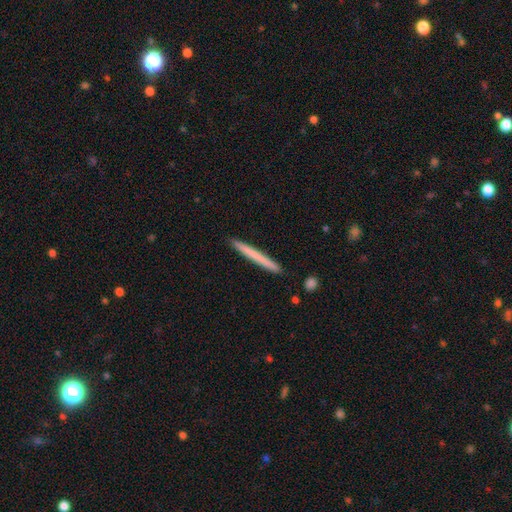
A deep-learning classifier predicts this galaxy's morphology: smooth-or-featured: smooth: 66% | featured or disk: 29% | star or artifact: 5%
  how-rounded: cigar-shaped: 97% | in between: 2% | round: 1%
  merging: none: 92% | minor disturbance: 5% | merger: 1% | major disturbance: 1%